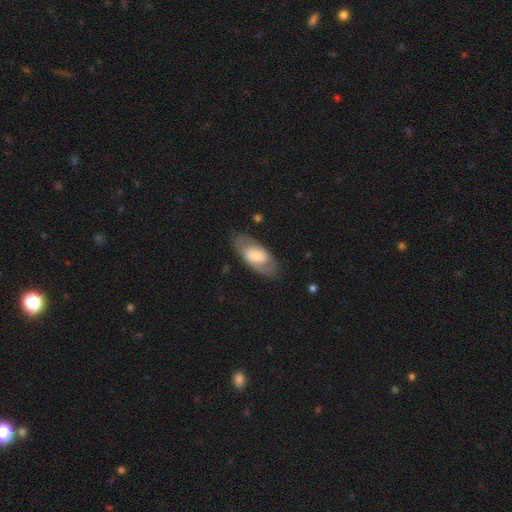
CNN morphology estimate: A smooth galaxy with no disk features (50%). Merging: none (77%).